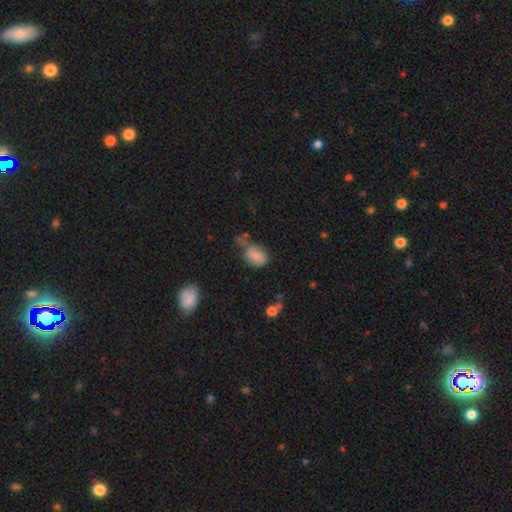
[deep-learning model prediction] Overall: smooth (75%). How rounded: in between (64%; round 34%). Merging: none (51%; minor disturbance 28%).